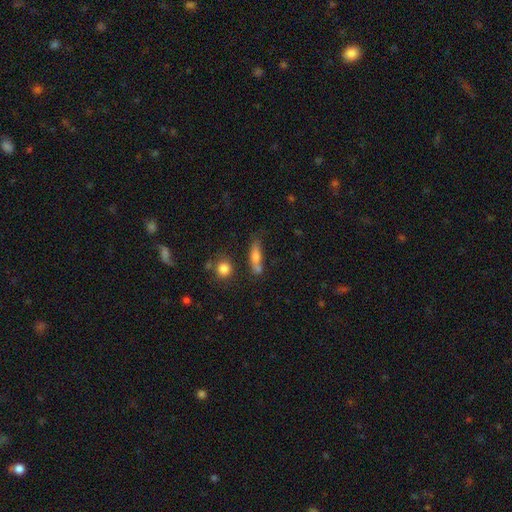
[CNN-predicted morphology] A smooth galaxy with no disk features (68%) that is cigar-shaped (59%). Merging: none (53%).